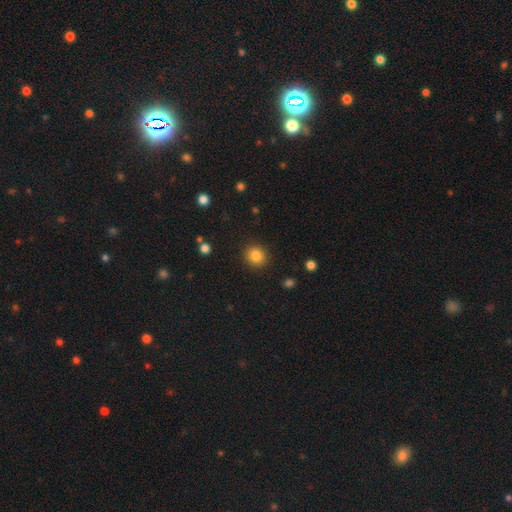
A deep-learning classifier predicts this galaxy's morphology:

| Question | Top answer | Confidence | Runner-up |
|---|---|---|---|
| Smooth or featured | smooth | 84% | star or artifact (11%) |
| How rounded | round | 87% | in between (13%) |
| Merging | none | 91% | minor disturbance (6%) |